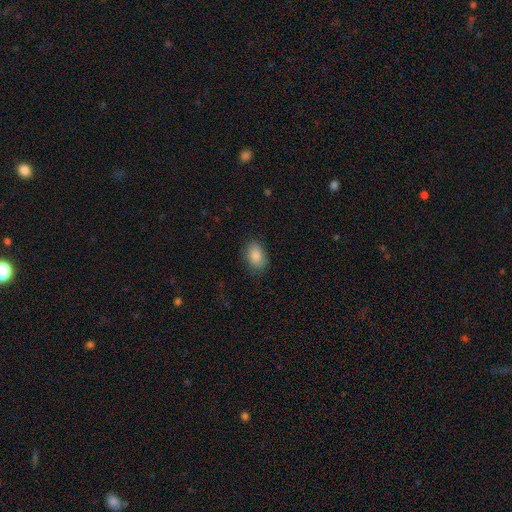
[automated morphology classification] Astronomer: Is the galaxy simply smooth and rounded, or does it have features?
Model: smooth — 87%.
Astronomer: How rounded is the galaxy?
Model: in between — 85%.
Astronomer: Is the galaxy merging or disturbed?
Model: none — 82%.